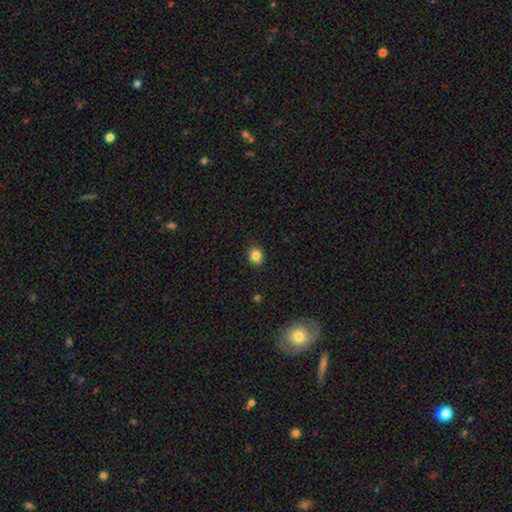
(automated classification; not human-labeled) Smooth or featured? smooth (84%)
How rounded? round (75%)
Merging? none (87%)